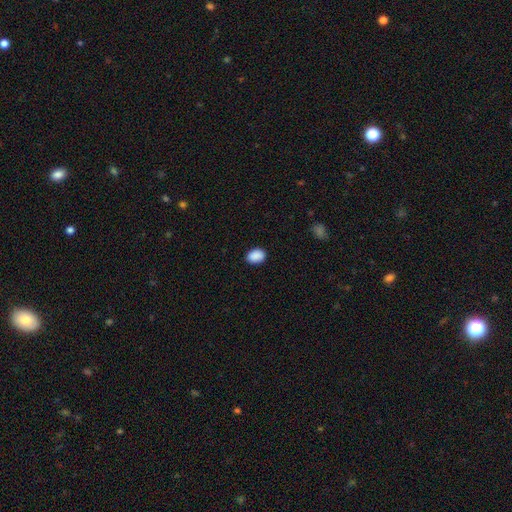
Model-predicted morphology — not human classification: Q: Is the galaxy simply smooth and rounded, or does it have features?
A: smooth — 90%.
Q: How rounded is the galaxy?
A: in between — 77%.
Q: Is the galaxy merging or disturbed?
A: none — 88%.